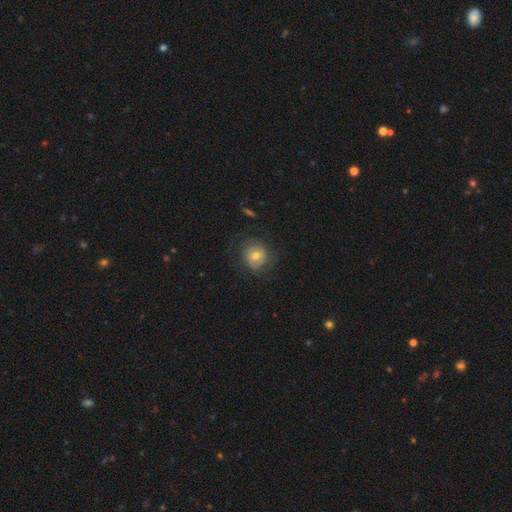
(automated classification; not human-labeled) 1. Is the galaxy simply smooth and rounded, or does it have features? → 50% smooth, 39% featured or disk, 11% star or artifact.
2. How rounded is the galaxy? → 83% round, 16% in between, 1% cigar-shaped.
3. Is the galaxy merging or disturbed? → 67% none, 17% minor disturbance, 15% major disturbance, 1% merger.